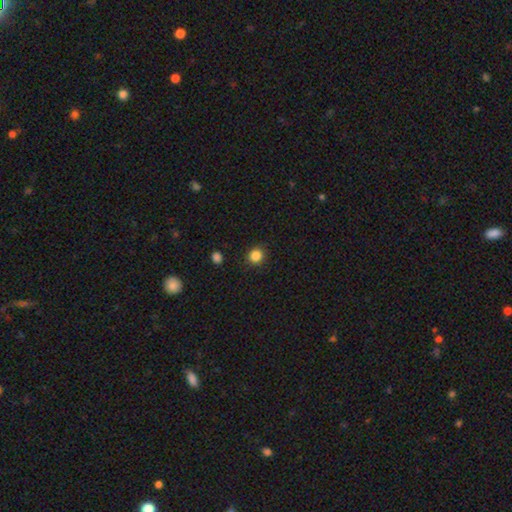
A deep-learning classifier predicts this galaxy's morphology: Smooth or featured?
  - smooth: 85% *
  - star or artifact: 11%
  - featured or disk: 4%
How rounded?
  - round: 89% *
  - in between: 10%
  - cigar-shaped: 1%
Merging?
  - none: 90% *
  - minor disturbance: 7%
  - major disturbance: 2%
  - merger: 1%